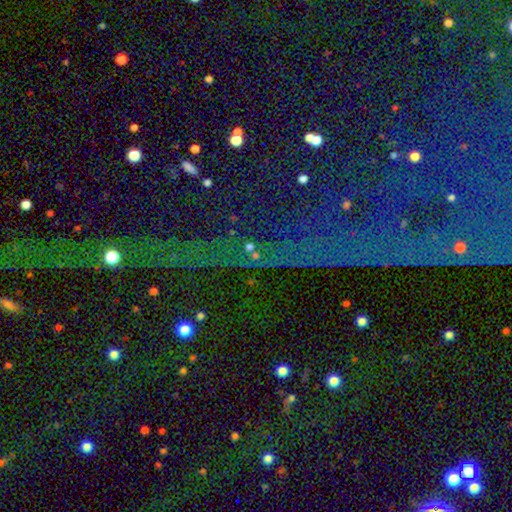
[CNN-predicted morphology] This is likely a star or artifact rather than a galaxy (72%).